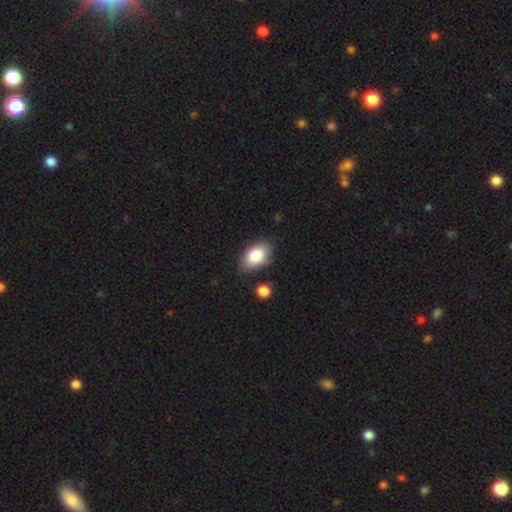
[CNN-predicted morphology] smooth-or-featured: smooth: 85% | featured or disk: 8% | star or artifact: 7%
  how-rounded: in between: 90% | round: 8% | cigar-shaped: 1%
  merging: none: 80% | minor disturbance: 13% | merger: 3% | major disturbance: 3%